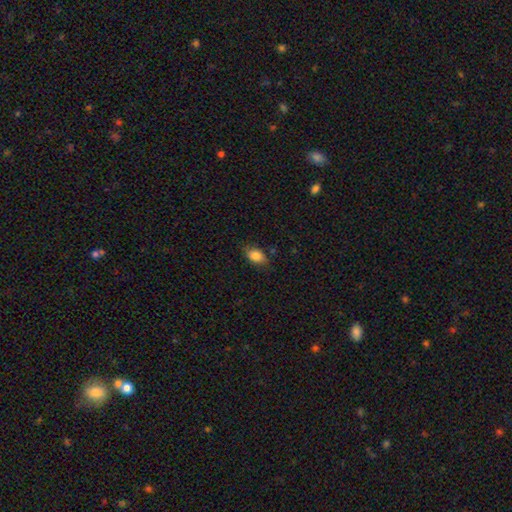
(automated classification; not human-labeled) The model was most divided on "merging": none: 76%, minor disturbance: 19%, major disturbance: 4%, merger: 2%. More confident: smooth or featured — smooth (84%); how rounded — in between (83%).